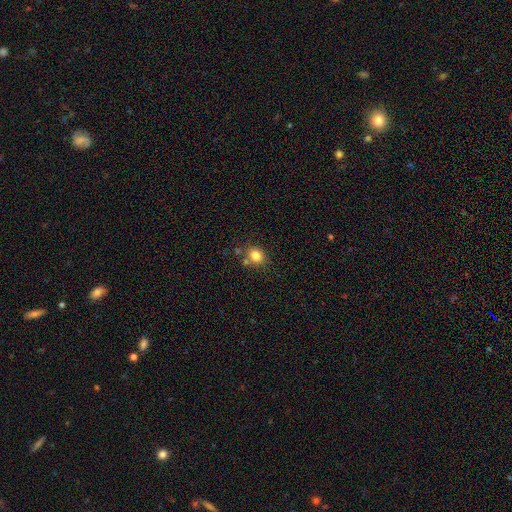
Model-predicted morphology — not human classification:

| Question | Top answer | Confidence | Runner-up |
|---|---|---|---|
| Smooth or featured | smooth | 82% | star or artifact (11%) |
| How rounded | round | 69% | in between (30%) |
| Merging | none | 70% | merger (13%) |